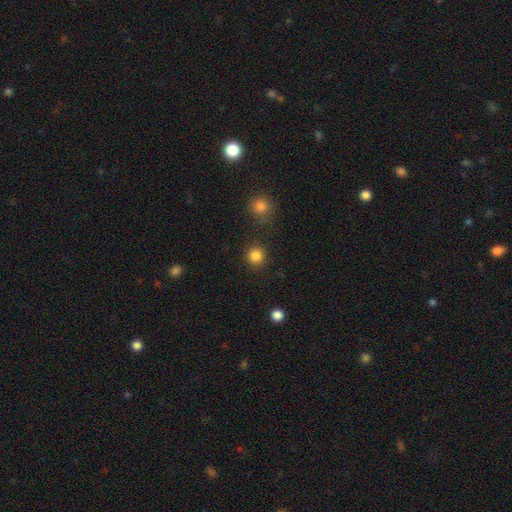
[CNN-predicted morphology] This appears to be a smooth galaxy with no disk features (85%) that is round (93%). Merging: none (88%).